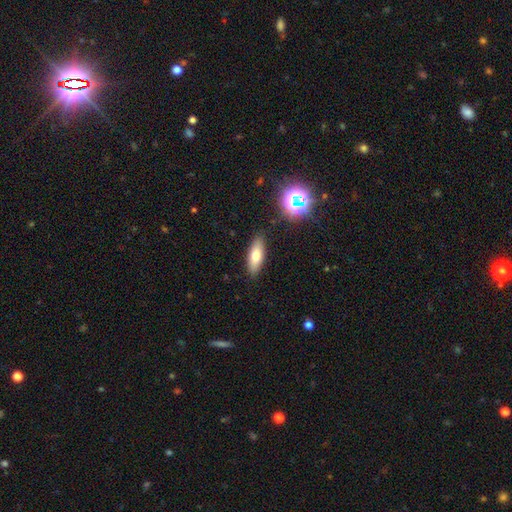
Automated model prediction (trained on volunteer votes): Morphology: type=smooth (72%); roundness=in between (64%); merging=none (87%).